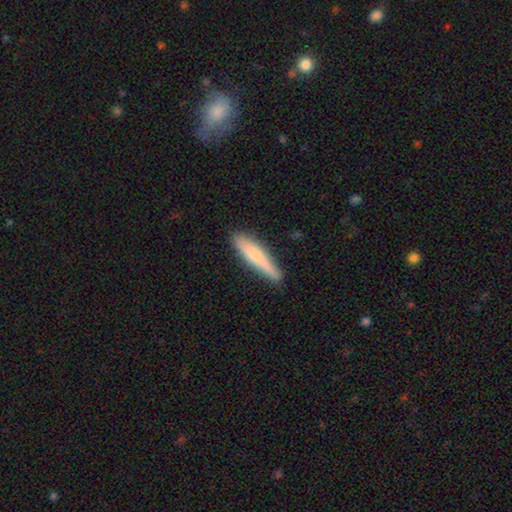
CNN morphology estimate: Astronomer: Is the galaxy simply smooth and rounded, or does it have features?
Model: smooth — 71%.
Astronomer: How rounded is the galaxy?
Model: cigar-shaped — 87%.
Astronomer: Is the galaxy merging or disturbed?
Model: none — 77%.